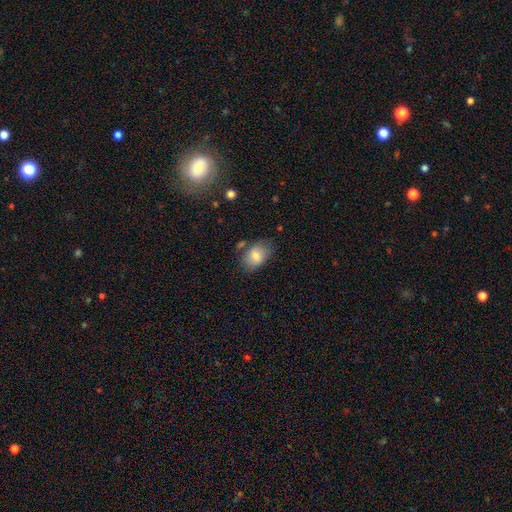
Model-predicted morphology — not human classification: The model was most divided on "merging": none: 68%, minor disturbance: 20%, merger: 6%, major disturbance: 5%. More confident: how rounded — in between (81%); smooth or featured — smooth (78%).